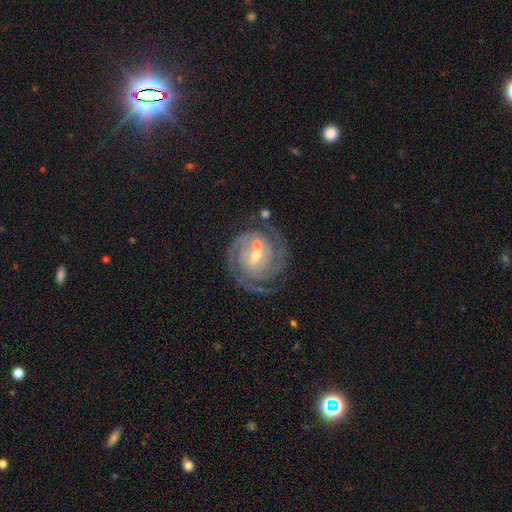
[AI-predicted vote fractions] Overall: featured or disk (89%). Edge-on disk: no (98%). Bar: no (53%; weak 35%). Spiral arms: yes (98%). Spiral arm count: 2 (61%). Spiral winding: tight (76%). Bulge size: small (50%; moderate 46%). Merging: none (65%).